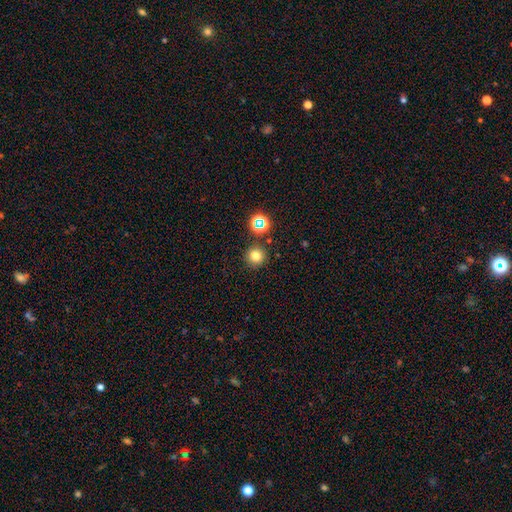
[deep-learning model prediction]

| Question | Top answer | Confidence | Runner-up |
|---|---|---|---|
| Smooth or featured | smooth | 77% | star or artifact (17%) |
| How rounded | round | 94% | in between (5%) |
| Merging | none | 87% | minor disturbance (6%) |